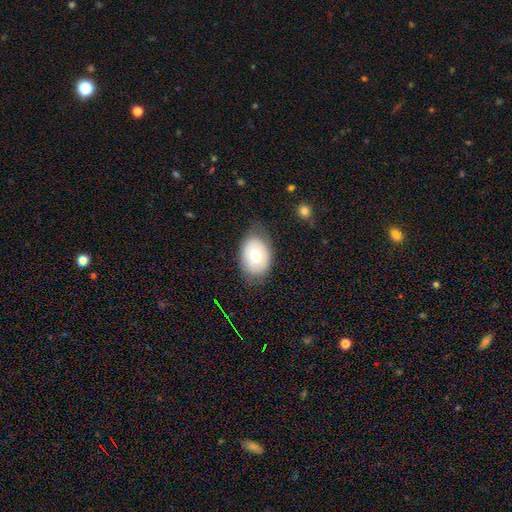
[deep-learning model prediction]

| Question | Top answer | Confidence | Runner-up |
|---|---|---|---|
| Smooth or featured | smooth | 63% | featured or disk (30%) |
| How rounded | in between | 74% | round (25%) |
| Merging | none | 74% | minor disturbance (18%) |